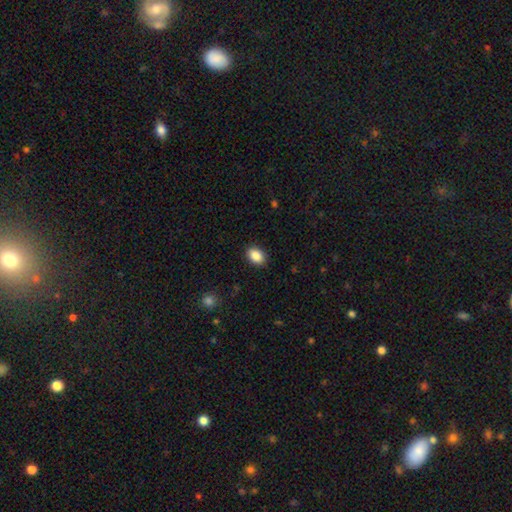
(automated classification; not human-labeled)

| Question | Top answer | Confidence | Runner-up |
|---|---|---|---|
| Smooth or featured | smooth | 89% | star or artifact (8%) |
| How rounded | in between | 80% | round (19%) |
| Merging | none | 89% | minor disturbance (8%) |